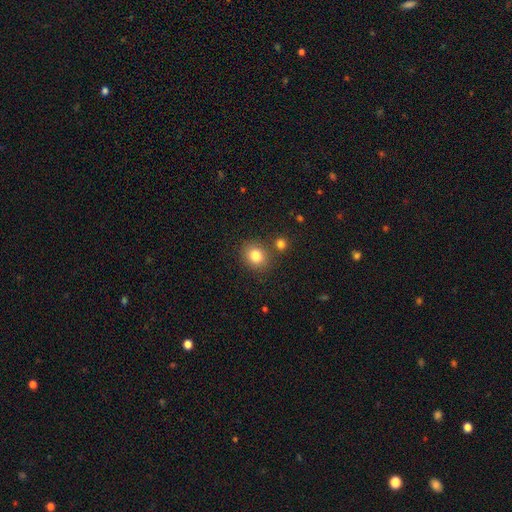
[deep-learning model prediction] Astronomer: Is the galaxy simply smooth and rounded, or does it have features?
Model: smooth — 83%.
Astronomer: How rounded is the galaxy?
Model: round — 70%.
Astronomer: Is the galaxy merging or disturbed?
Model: none — 78%.